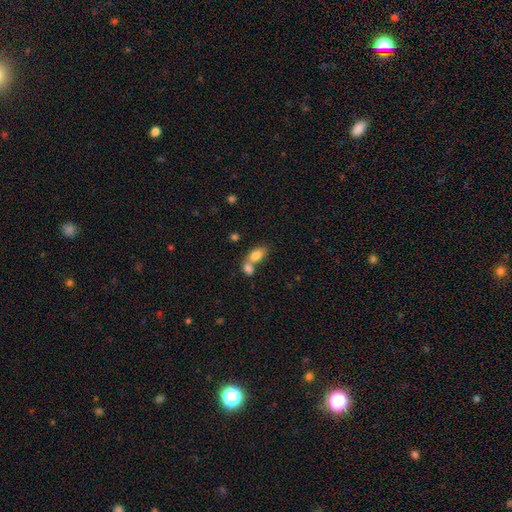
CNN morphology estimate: Smooth or featured? Predicted: smooth (p=0.80). How rounded? Predicted: in between (p=0.87). Merging? Predicted: merger (p=0.60).